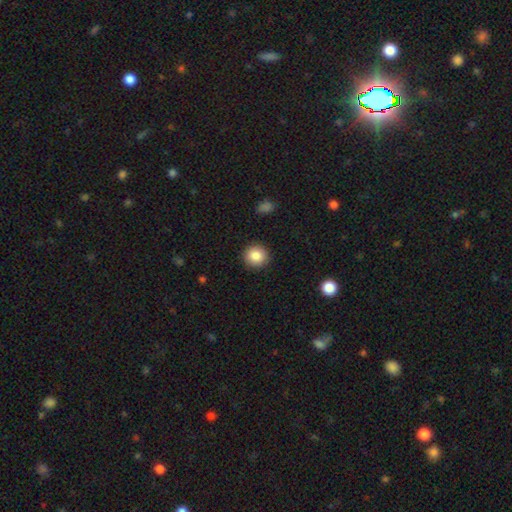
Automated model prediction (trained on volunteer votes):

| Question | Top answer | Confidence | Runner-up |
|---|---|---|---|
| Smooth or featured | smooth | 86% | star or artifact (8%) |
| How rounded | round | 92% | in between (7%) |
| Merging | none | 91% | minor disturbance (6%) |